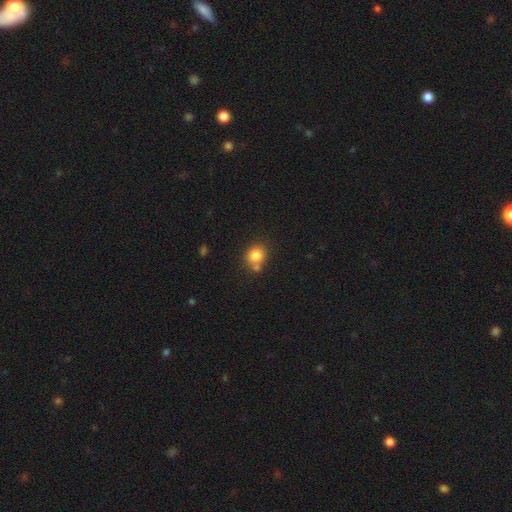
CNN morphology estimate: smooth-or-featured: smooth: 82% | star or artifact: 11% | featured or disk: 8%
  how-rounded: round: 79% | in between: 20% | cigar-shaped: 1%
  merging: none: 60% | merger: 24% | minor disturbance: 13% | major disturbance: 4%